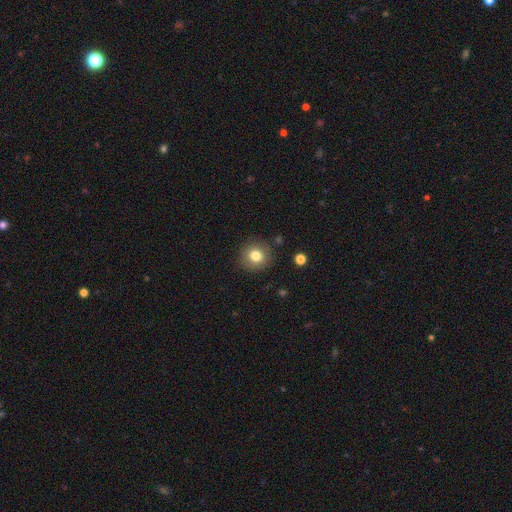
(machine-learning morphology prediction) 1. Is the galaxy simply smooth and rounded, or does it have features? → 79% smooth, 11% star or artifact, 10% featured or disk.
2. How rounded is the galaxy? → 90% round, 9% in between, 1% cigar-shaped.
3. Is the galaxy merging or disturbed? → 88% none, 8% minor disturbance, 3% major disturbance, 2% merger.